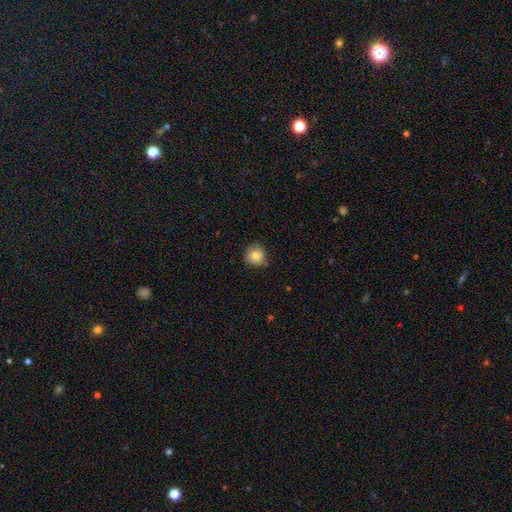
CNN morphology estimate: Smooth or featured?
  - smooth: 80% *
  - featured or disk: 11%
  - star or artifact: 9%
How rounded?
  - round: 90% *
  - in between: 9%
  - cigar-shaped: 1%
Merging?
  - none: 76% *
  - minor disturbance: 19%
  - major disturbance: 3%
  - merger: 2%